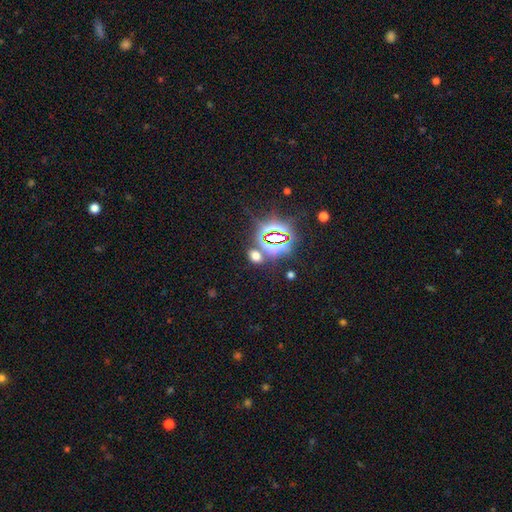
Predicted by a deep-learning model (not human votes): smooth-or-featured: star or artifact: 47% | smooth: 46% | featured or disk: 7%